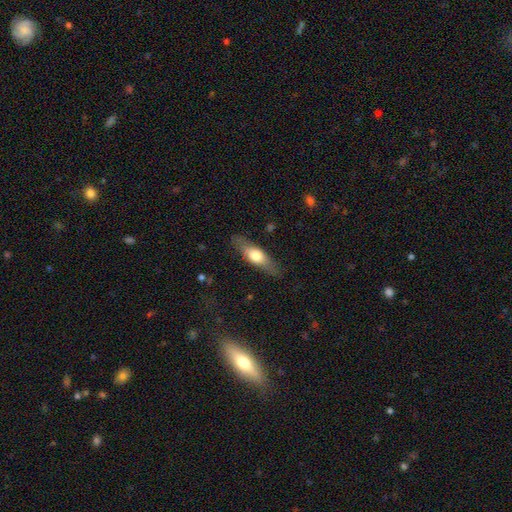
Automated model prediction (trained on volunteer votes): This appears to be a smooth galaxy with no disk features (58%) that is in between round and cigar-shaped (50%). Merging: none (83%).